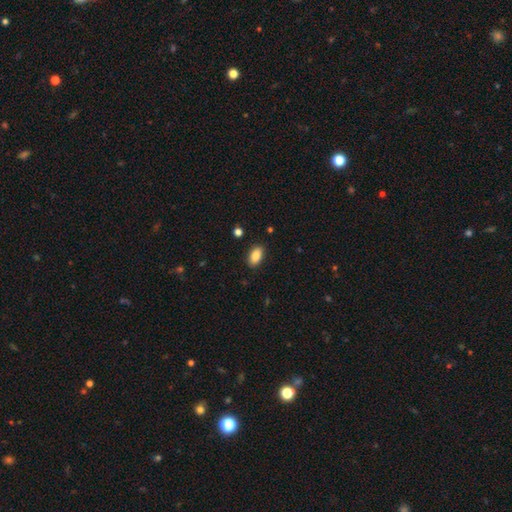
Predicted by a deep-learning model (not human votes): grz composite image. It shows a smooth galaxy with no disk features (88%) that is in between round and cigar-shaped (92%). Merging: none (87%).